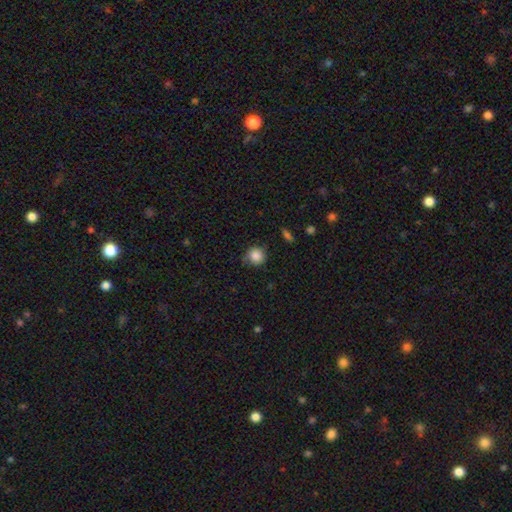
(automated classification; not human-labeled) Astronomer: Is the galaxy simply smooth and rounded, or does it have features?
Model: smooth — 84%.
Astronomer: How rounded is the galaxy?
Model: round — 90%.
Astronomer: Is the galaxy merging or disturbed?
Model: none — 71%.